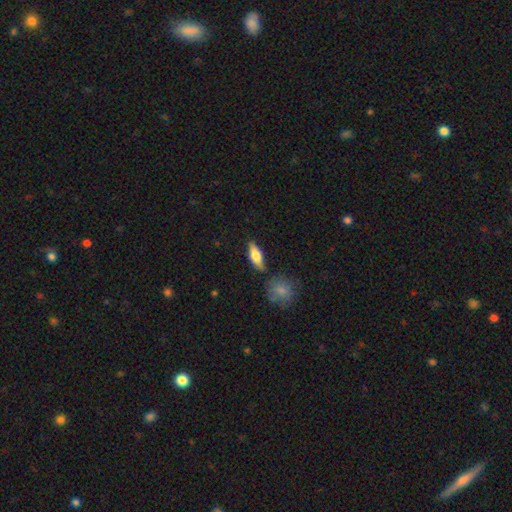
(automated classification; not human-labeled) Smooth or featured? Predicted: smooth (p=0.65). How rounded? Predicted: in between (p=0.67). Merging? Predicted: none (p=0.79).